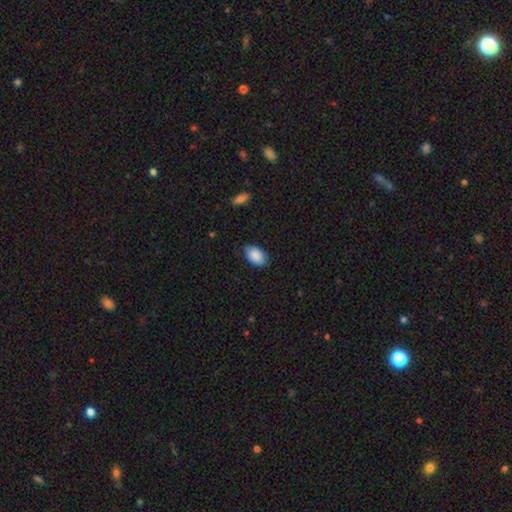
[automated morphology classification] Q: Smooth or featured?
A: smooth (86%); runner-up: featured or disk (8%)
Q: How rounded?
A: in between (92%); runner-up: round (7%)
Q: Merging?
A: none (78%); runner-up: minor disturbance (18%)